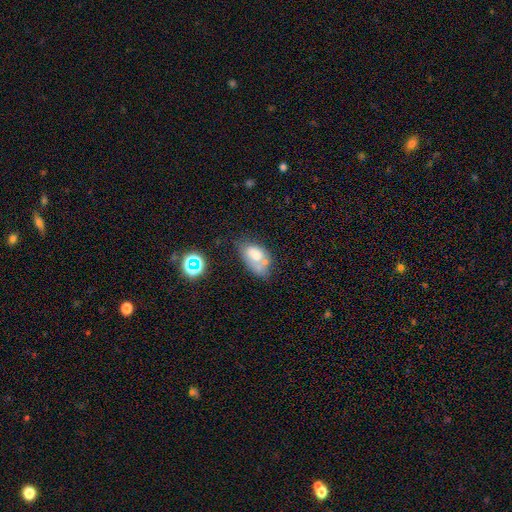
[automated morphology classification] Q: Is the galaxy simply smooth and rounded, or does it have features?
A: smooth — 62%.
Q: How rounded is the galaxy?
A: in between — 90%.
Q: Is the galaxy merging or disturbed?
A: none — 36%.